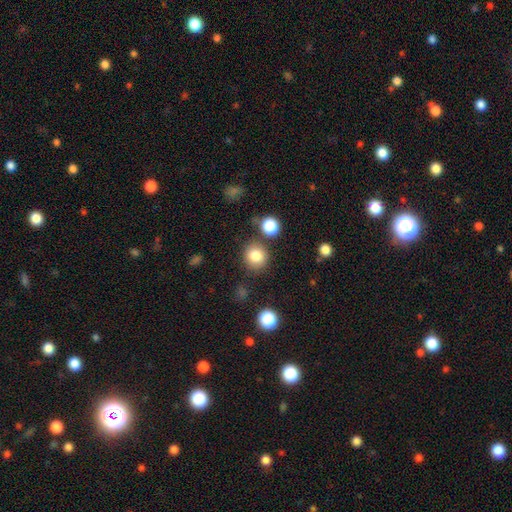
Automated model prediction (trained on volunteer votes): Overall: smooth (83%). How rounded: round (90%). Merging: none (82%).